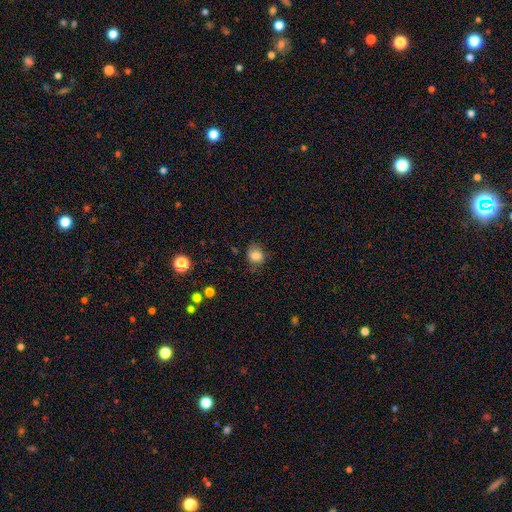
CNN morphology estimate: Overall: smooth (82%). How rounded: round (68%; in between 31%). Merging: none (68%).